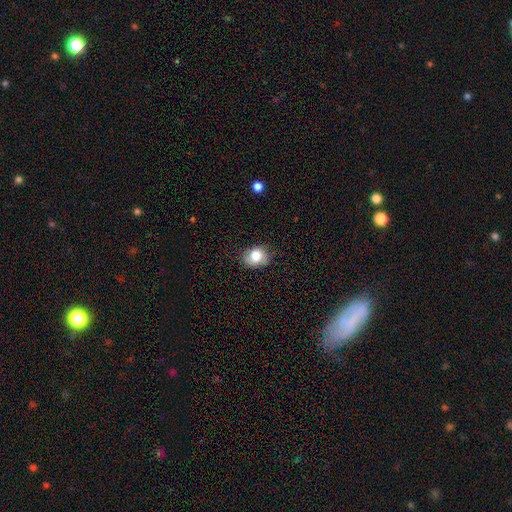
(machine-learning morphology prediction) A smooth galaxy with no disk features (79%) that is in between round and cigar-shaped (52%). Merging: none (69%).